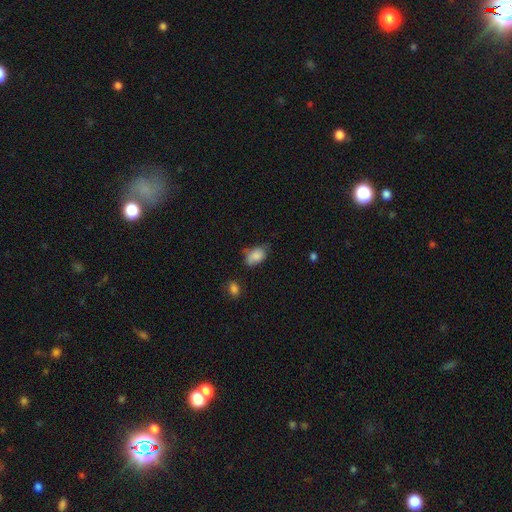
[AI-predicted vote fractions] Overall: smooth (83%). How rounded: in between (85%). Merging: none (51%; minor disturbance 35%).